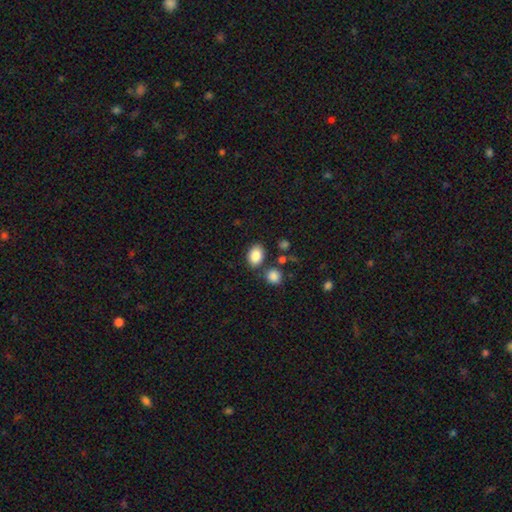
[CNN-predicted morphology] Smooth or featured? smooth (86%)
How rounded? in between (76%)
Merging? none (76%)